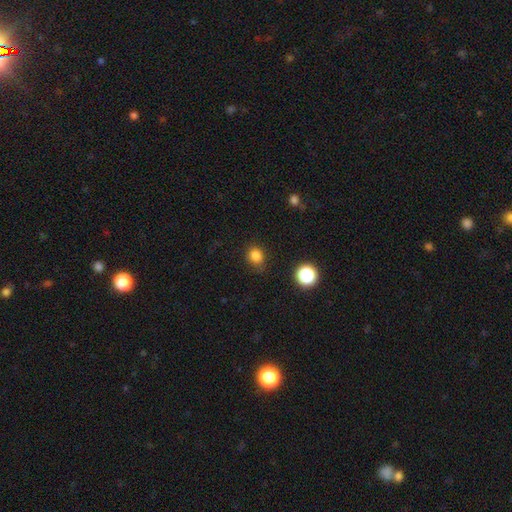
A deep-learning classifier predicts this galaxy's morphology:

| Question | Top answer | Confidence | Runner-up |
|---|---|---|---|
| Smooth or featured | smooth | 83% | star or artifact (13%) |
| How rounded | round | 71% | in between (28%) |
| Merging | none | 76% | minor disturbance (18%) |